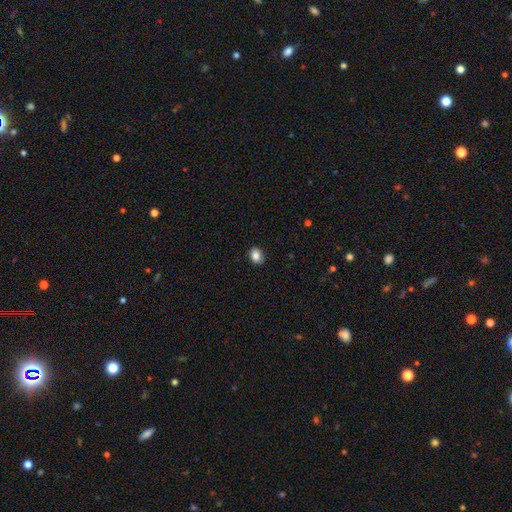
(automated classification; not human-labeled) A smooth galaxy with no disk features (85%) that is in between round and cigar-shaped (60%).

Vote fractions:
- Smooth or featured? smooth: 85% / star or artifact: 9% / featured or disk: 6%
- How rounded? in between: 60% / round: 39% / cigar-shaped: 1%
- Merging? none: 87% / minor disturbance: 10% / major disturbance: 2% / merger: 1%